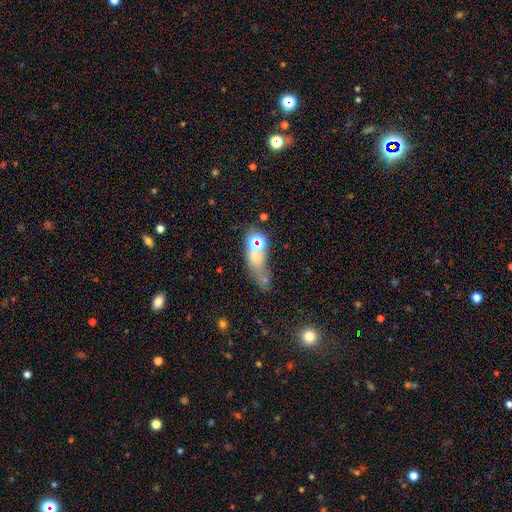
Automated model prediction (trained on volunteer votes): smooth 47%, star or artifact 31%, featured or disk 21%. Down the decision tree: merging — none (45%).